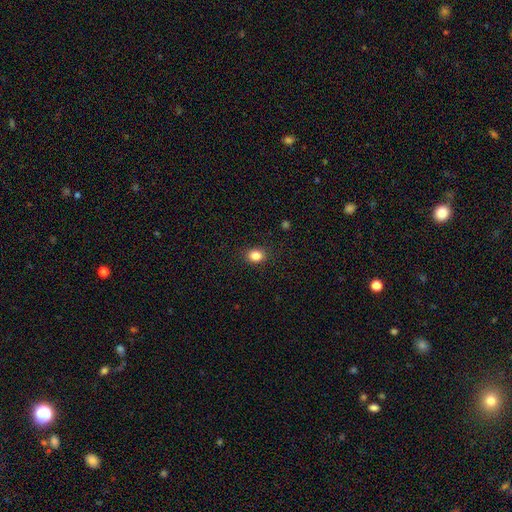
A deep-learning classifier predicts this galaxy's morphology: Smooth or featured?
  - smooth: 85% *
  - star or artifact: 11%
  - featured or disk: 4%
How rounded?
  - round: 50% *
  - in between: 49%
  - cigar-shaped: 1%
Merging?
  - none: 87% *
  - minor disturbance: 9%
  - major disturbance: 3%
  - merger: 1%